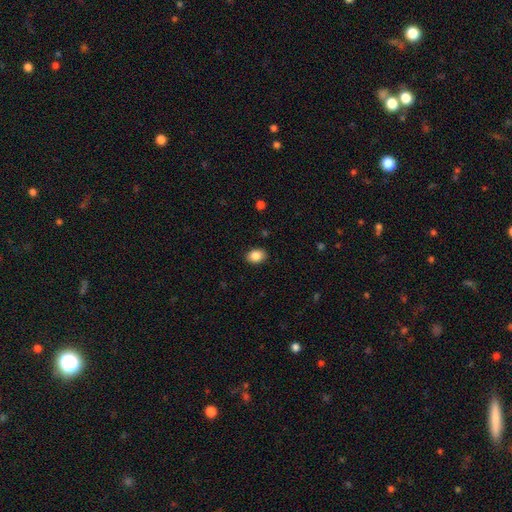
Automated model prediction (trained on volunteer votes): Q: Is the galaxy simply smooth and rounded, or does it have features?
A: smooth — 86%.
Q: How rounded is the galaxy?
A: in between — 71%.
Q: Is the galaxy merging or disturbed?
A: none — 89%.